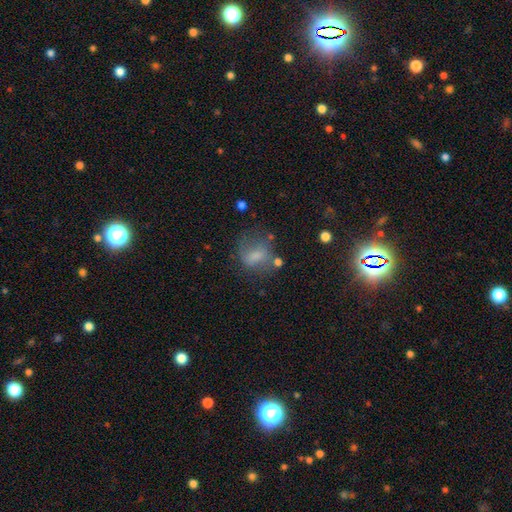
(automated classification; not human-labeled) smooth_or_featured: smooth (p=0.63) [alt: featured or disk p=0.25]
how_rounded: in between (p=0.51) [alt: round p=0.47]
merging: none (p=0.49) [alt: minor disturbance p=0.24]